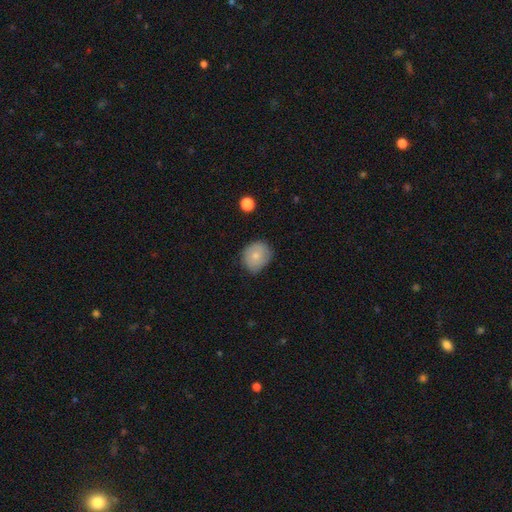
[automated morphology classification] type=smooth (72%); roundness=round (66%); merging=none (68%).